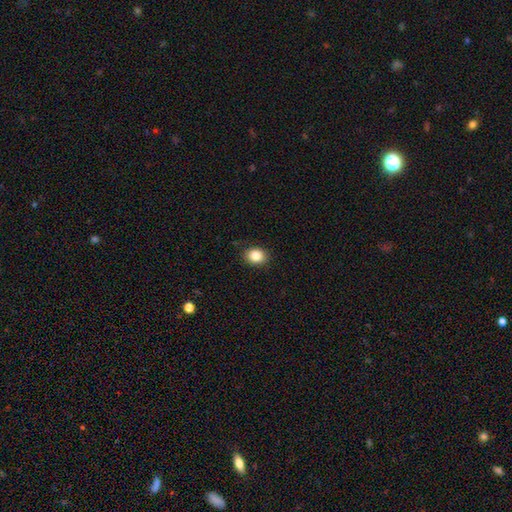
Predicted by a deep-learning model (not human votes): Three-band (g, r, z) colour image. It shows a smooth galaxy with no disk features (86%) that is in between round and cigar-shaped (50%). Merging: none (88%).